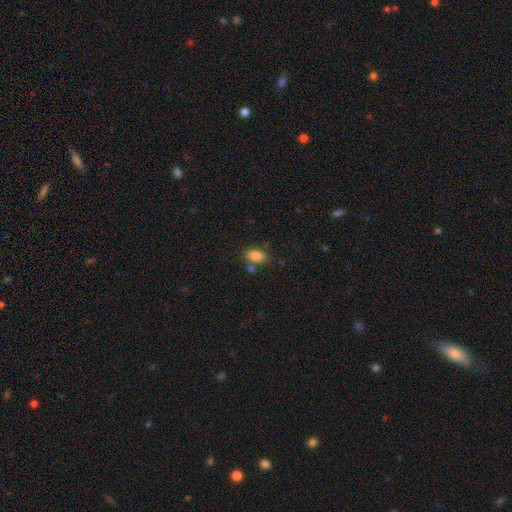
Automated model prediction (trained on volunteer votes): A smooth galaxy with no disk features (85%) that is in between round and cigar-shaped (89%).

Vote fractions:
- Smooth or featured? smooth: 85% / star or artifact: 9% / featured or disk: 7%
- How rounded? in between: 89% / round: 7% / cigar-shaped: 3%
- Merging? none: 70% / minor disturbance: 13% / merger: 13% / major disturbance: 4%